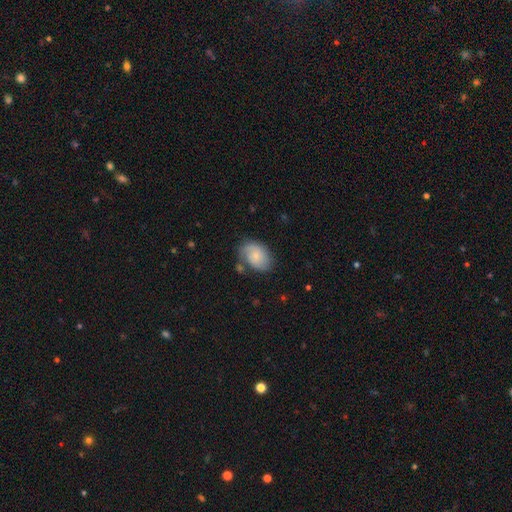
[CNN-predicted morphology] type=smooth (53%); roundness=in between (75%); merging=none (60%).